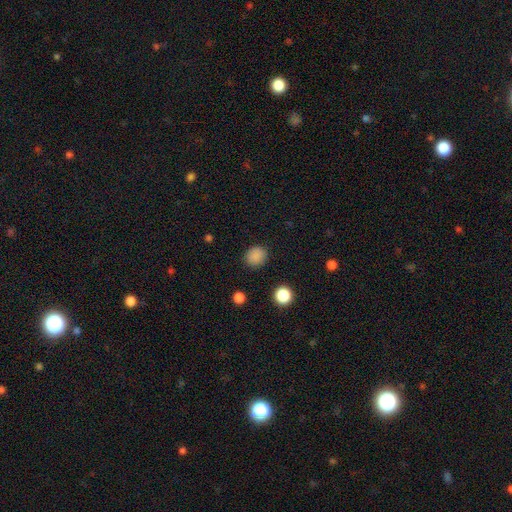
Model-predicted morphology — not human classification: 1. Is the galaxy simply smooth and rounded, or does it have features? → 85% smooth, 12% star or artifact, 3% featured or disk.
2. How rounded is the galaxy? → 80% round, 19% in between, 1% cigar-shaped.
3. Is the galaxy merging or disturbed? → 88% none, 8% minor disturbance, 3% major disturbance, 1% merger.